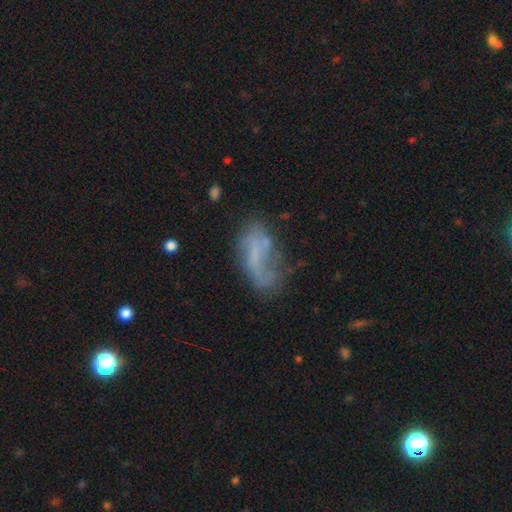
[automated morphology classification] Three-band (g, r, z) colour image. It shows a featured or disk galaxy (49%). Merging: none (42%).